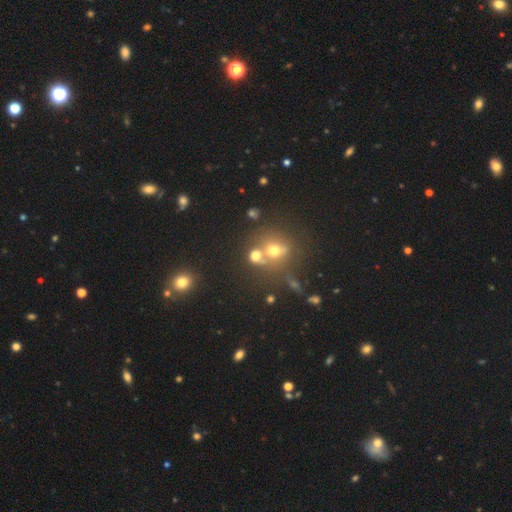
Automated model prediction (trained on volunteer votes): This is likely a smooth galaxy (64%). How rounded: likely round (76%). Merging: possibly none (48%).